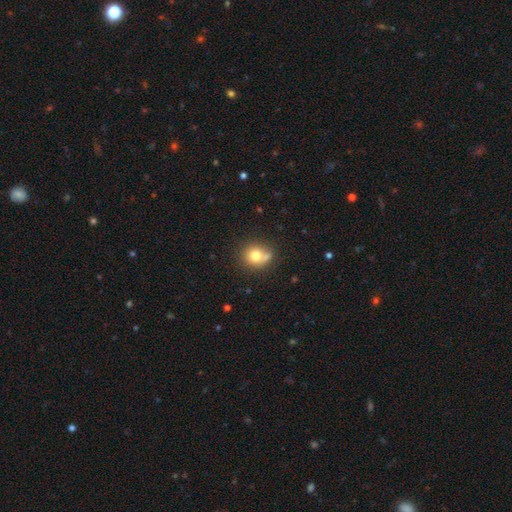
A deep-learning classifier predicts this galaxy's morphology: This appears to be a smooth galaxy with no disk features (75%) that is round (79%). Merging: none (56%).